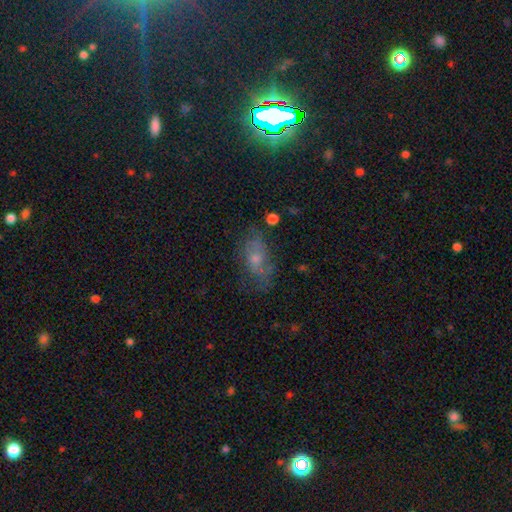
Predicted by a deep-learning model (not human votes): Morphology: type=smooth (46%); merging=none (53%).